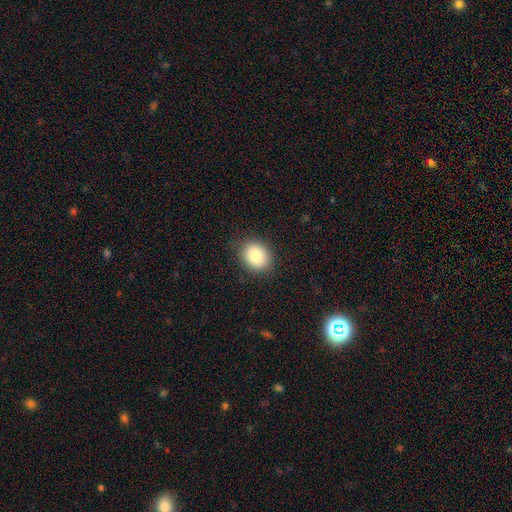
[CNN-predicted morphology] A smooth galaxy with no disk features (85%) that is round (54%).

Vote fractions:
- Smooth or featured? smooth: 85% / star or artifact: 9% / featured or disk: 6%
- How rounded? round: 54% / in between: 46% / cigar-shaped: 1%
- Merging? none: 86% / minor disturbance: 10% / major disturbance: 3% / merger: 1%